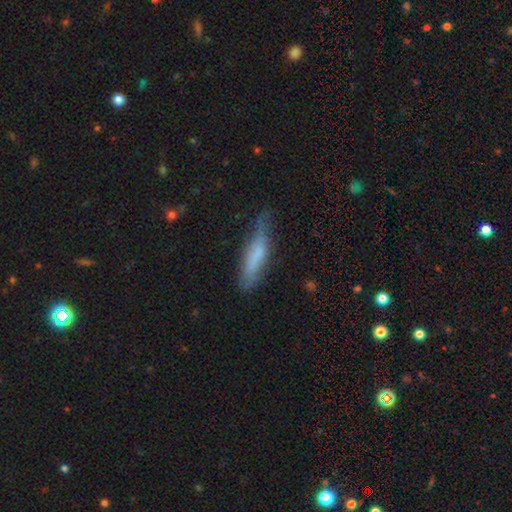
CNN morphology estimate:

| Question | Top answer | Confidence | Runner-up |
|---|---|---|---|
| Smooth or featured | smooth | 65% | featured or disk (27%) |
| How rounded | cigar-shaped | 78% | in between (20%) |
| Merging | none | 56% | minor disturbance (32%) |